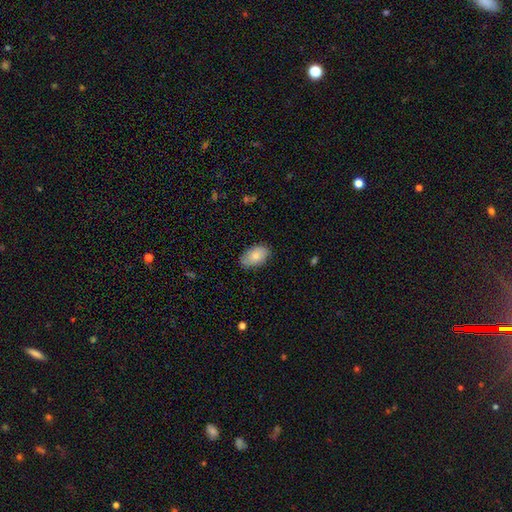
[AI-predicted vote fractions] Smooth or featured? Predicted: smooth (p=0.81). How rounded? Predicted: in between (p=0.93). Merging? Predicted: none (p=0.80).